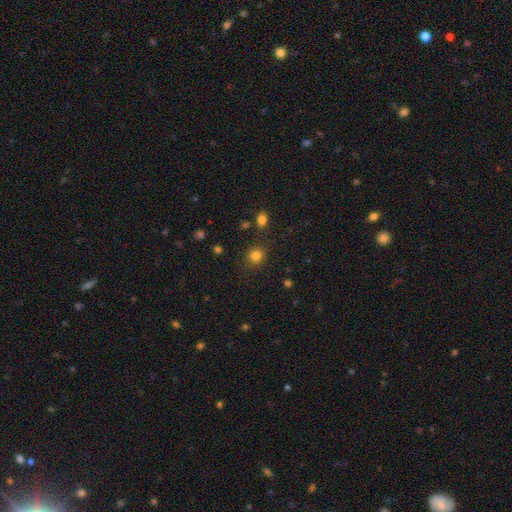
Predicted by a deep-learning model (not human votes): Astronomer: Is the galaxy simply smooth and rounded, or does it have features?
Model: smooth — 82%.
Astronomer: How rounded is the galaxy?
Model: round — 88%.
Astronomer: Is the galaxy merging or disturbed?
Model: none — 86%.